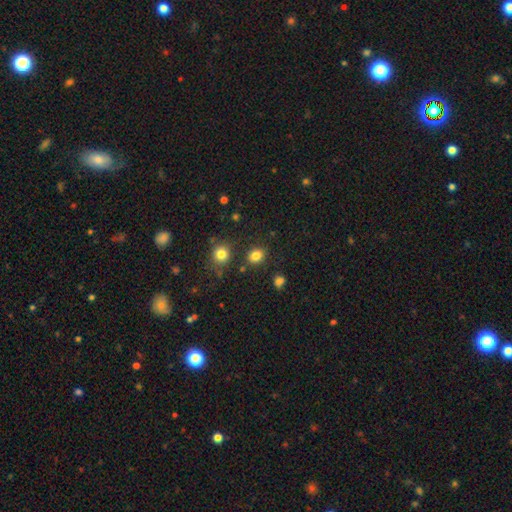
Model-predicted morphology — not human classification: Overall: smooth (83%). How rounded: round (61%; in between 38%). Merging: none (83%).